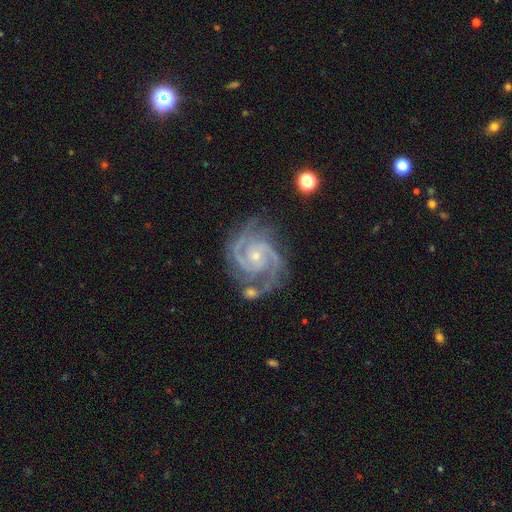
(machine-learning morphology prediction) The model was most divided on "spiral arm count": 2: 41%, 3: 35%, 4: 8%, can't tell: 7%, more than 4: 4%, 1: 4%. More confident: spiral arms — yes (99%); edge-on disk — no (98%); smooth or featured — featured or disk (93%); bulge size — small (77%); bar — no (66%); merging — none (65%); spiral winding — tight (54%).